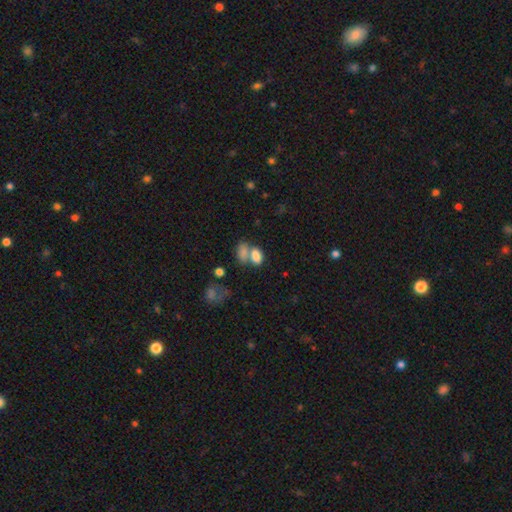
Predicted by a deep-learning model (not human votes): Smooth or featured? smooth (81%)
How rounded? in between (88%)
Merging? merger (53%)